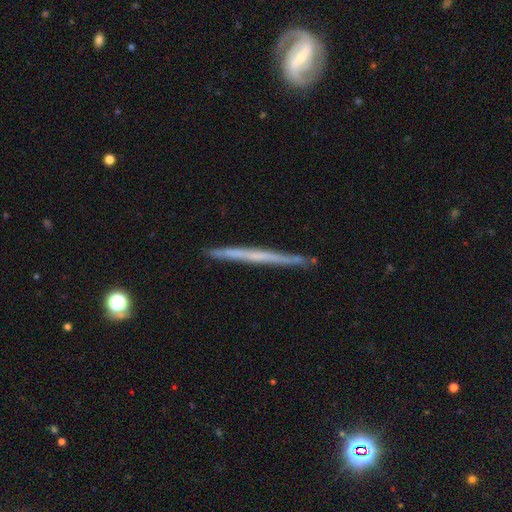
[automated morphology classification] Smooth or featured? featured or disk (59%)
Edge-on disk? yes (97%)
Edge-on bulge? none (87%)
Merging? none (89%)